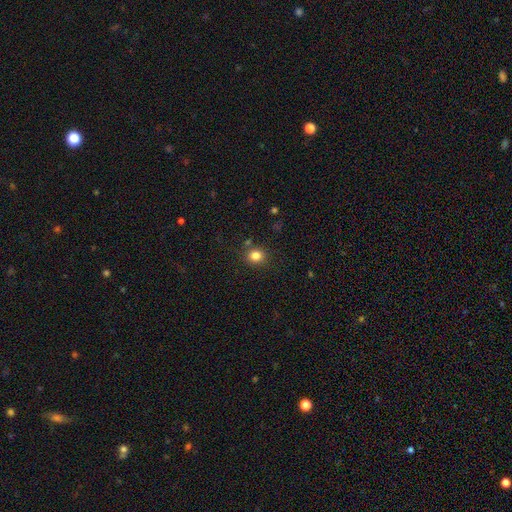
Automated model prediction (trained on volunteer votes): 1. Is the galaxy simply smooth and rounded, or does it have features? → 82% smooth, 12% star or artifact, 5% featured or disk.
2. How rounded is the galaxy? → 81% round, 18% in between, 1% cigar-shaped.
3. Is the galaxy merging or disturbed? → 83% none, 9% minor disturbance, 5% merger, 3% major disturbance.